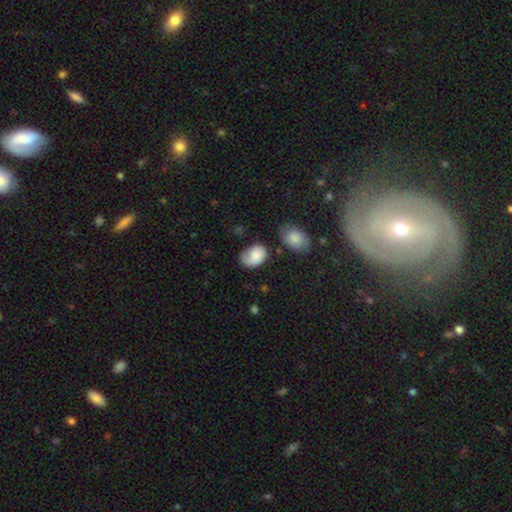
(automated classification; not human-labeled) The model was most divided on "merging": none: 50%, minor disturbance: 29%, major disturbance: 16%, merger: 5%. More confident: how rounded — in between (73%); smooth or featured — smooth (67%).